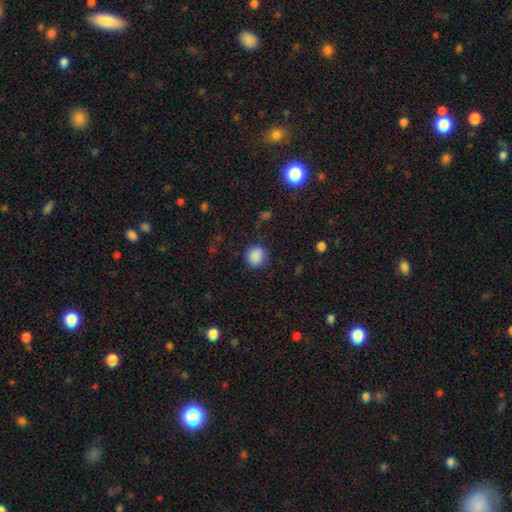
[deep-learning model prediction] Morphology: type=smooth (88%); roundness=round (83%); merging=none (83%).